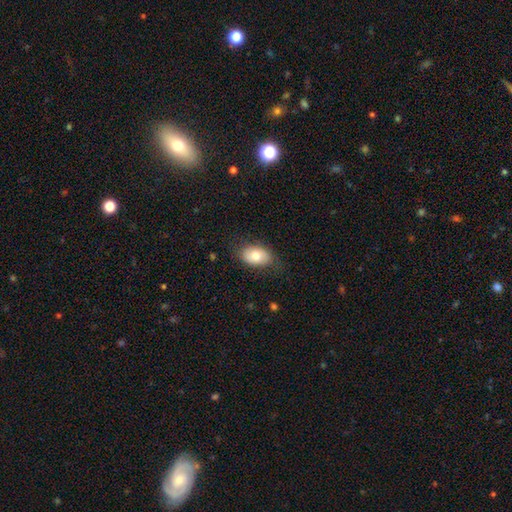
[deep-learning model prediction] Smooth or featured? Predicted: smooth (p=0.72). How rounded? Predicted: in between (p=0.87). Merging? Predicted: none (p=0.73).